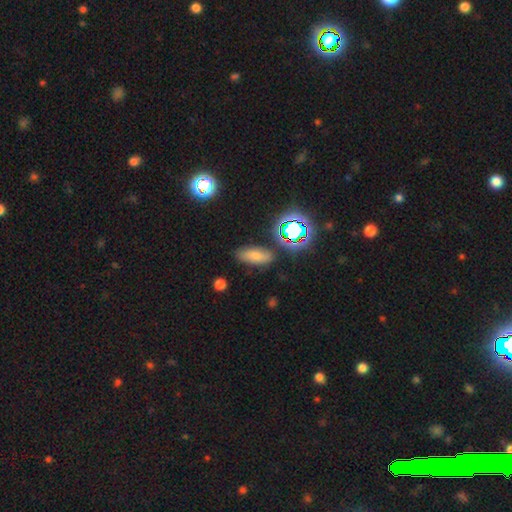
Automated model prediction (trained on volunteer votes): This is likely a smooth galaxy (66%). How rounded: likely in between (77%). Merging: likely none (78%).